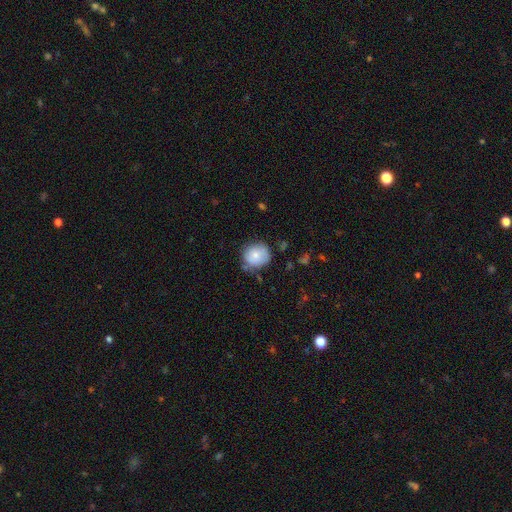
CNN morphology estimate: type=smooth (75%); roundness=round (82%); merging=none (67%).